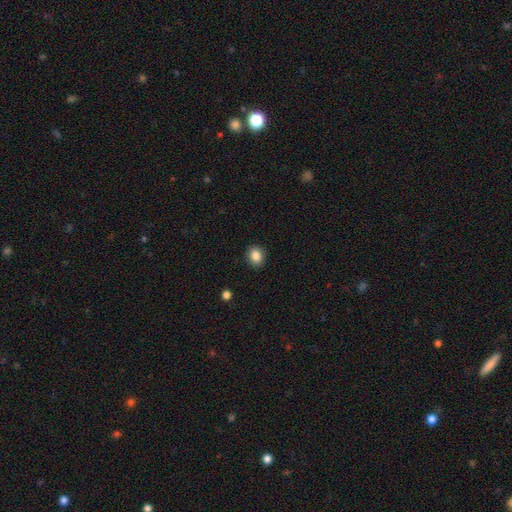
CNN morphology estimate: type=smooth (86%); roundness=round (63%); merging=none (90%).